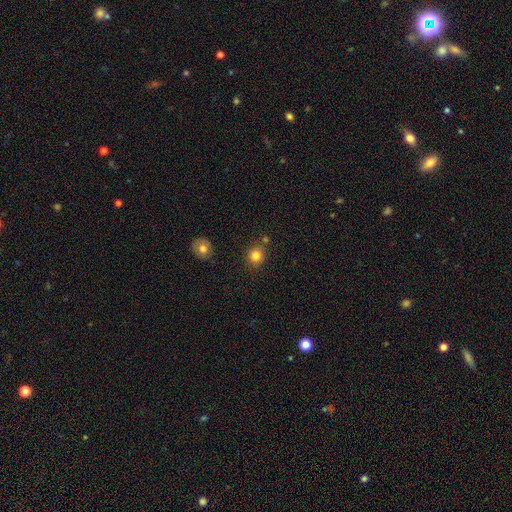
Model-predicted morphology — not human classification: A smooth galaxy with no disk features (83%) that is round (86%). Merging: none (79%).